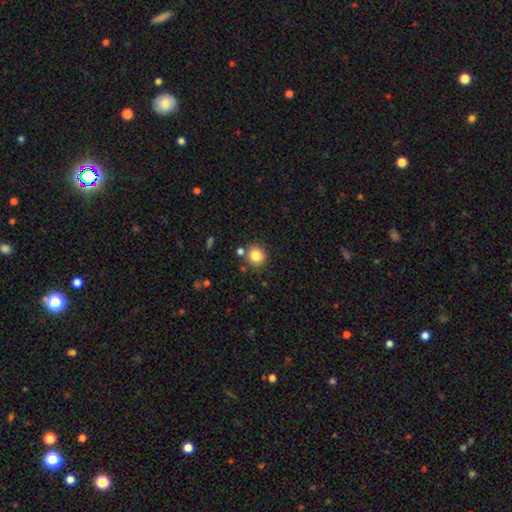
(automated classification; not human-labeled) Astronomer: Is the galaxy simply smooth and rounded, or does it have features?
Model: smooth — 83%.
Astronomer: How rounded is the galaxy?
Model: round — 87%.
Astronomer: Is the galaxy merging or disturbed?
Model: none — 76%.